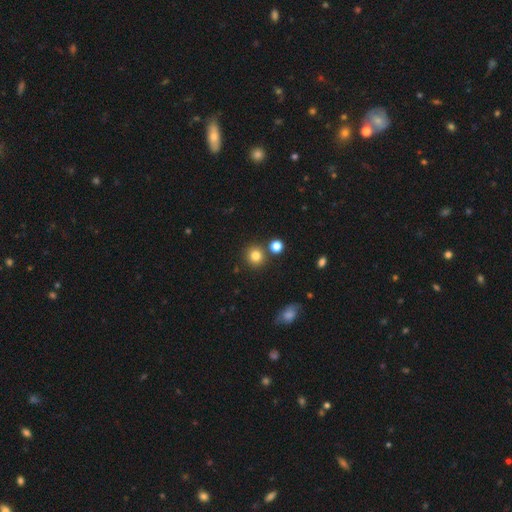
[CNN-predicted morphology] This is clearly a smooth galaxy (81%). How rounded: clearly round (91%). Merging: clearly none (83%).